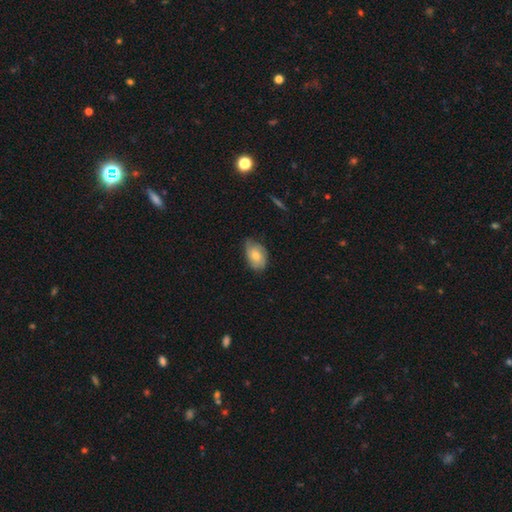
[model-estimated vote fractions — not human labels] Q: Smooth or featured?
A: smooth (61%); runner-up: featured or disk (32%)
Q: How rounded?
A: in between (85%); runner-up: round (14%)
Q: Merging?
A: none (58%); runner-up: minor disturbance (34%)